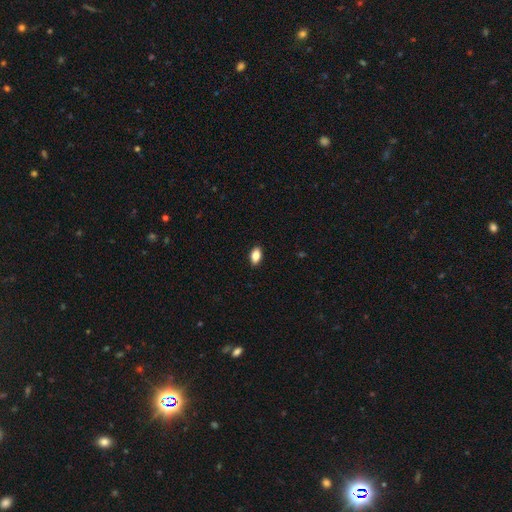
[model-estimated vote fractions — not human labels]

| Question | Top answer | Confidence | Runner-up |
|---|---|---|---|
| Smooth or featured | smooth | 84% | featured or disk (8%) |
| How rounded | in between | 89% | round (6%) |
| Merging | none | 89% | minor disturbance (8%) |